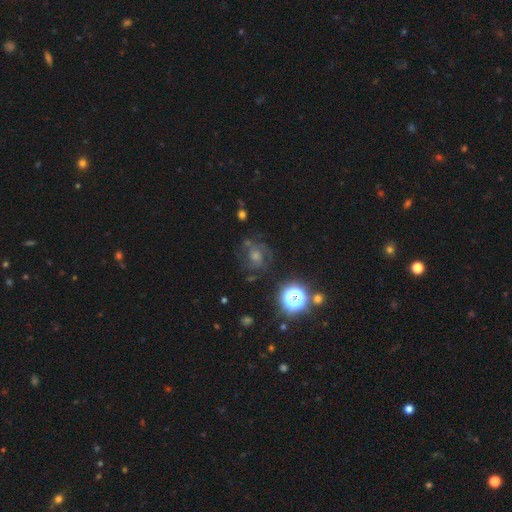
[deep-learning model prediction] Morphology: type=featured or disk (43%); merging=none (69%).